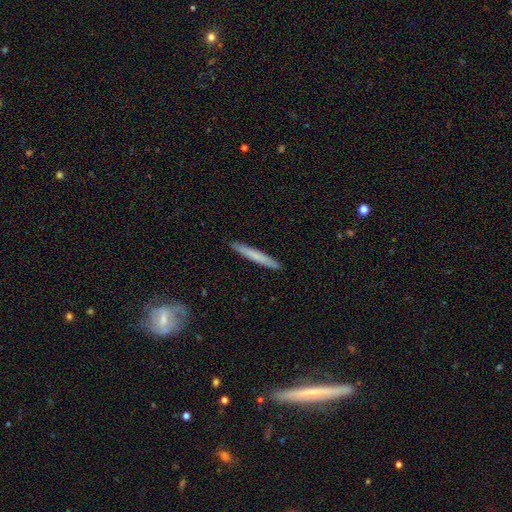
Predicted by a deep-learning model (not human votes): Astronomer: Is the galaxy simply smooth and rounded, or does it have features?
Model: smooth — 65%.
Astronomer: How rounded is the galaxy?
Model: cigar-shaped — 97%.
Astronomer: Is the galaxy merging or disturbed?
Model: none — 91%.